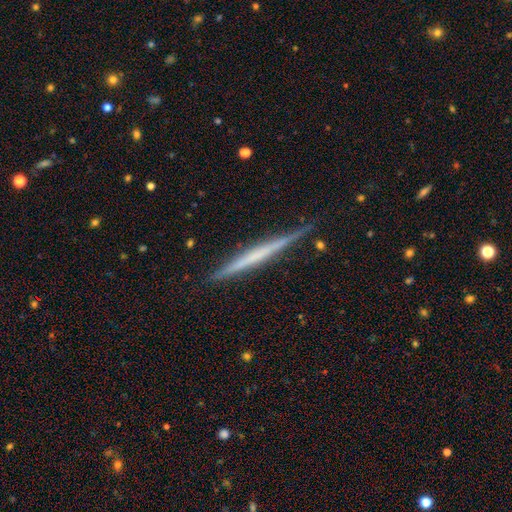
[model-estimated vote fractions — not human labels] smooth_or_featured: featured or disk (p=0.61) [alt: smooth p=0.33]
disk_edge_on: yes (p=0.98) [alt: no p=0.02]
edge_on_bulge: none (p=0.84) [alt: rounded p=0.09]
merging: none (p=0.87) [alt: minor disturbance p=0.10]